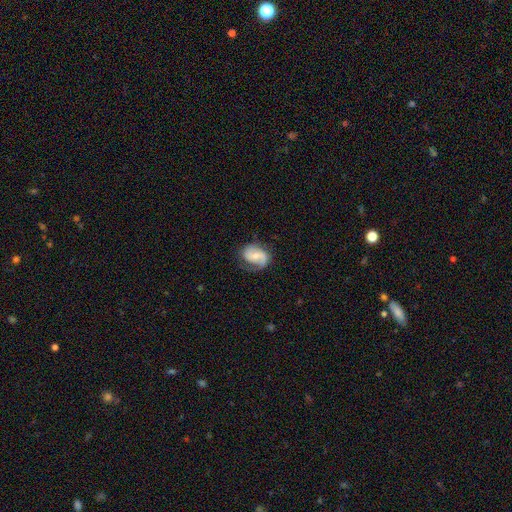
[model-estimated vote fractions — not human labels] The model was most divided on "bulge size" (2-way tie): moderate: 47%, small: 47%, none: 3%, large: 2%, dominant: 1%. Remaining: edge-on disk — no (97%); spiral arms — yes (93%); smooth or featured — featured or disk (73%); spiral arm count — 2 (66%); merging — none (64%); bar — no (52%); spiral winding — medium (44%).